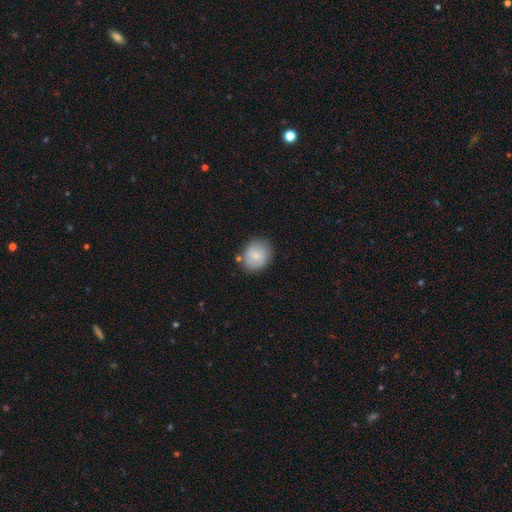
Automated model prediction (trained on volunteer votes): Overall: smooth (78%). How rounded: round (76%). Merging: none (75%).